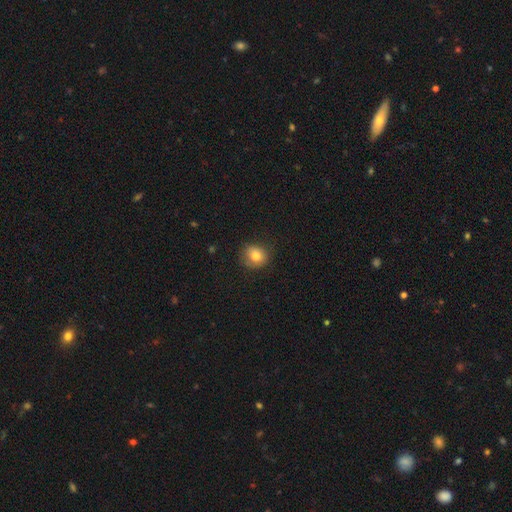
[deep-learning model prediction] Smooth or featured? Predicted: smooth (p=0.80). How rounded? Predicted: round (p=0.70). Merging? Predicted: none (p=0.75).